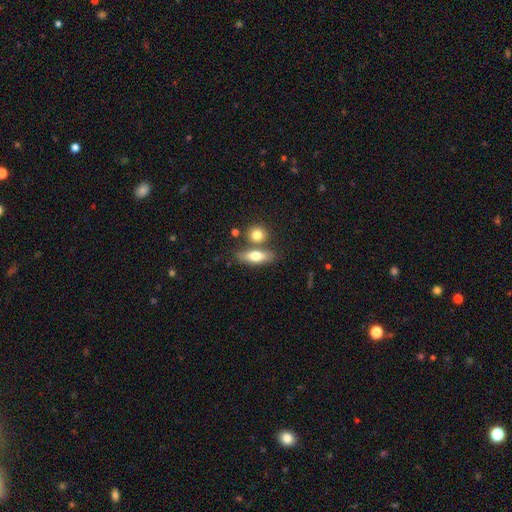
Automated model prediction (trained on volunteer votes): smooth-or-featured: smooth: 68% | featured or disk: 25% | star or artifact: 7%
  how-rounded: in between: 61% | cigar-shaped: 31% | round: 8%
  merging: none: 62% | merger: 23% | minor disturbance: 11% | major disturbance: 4%